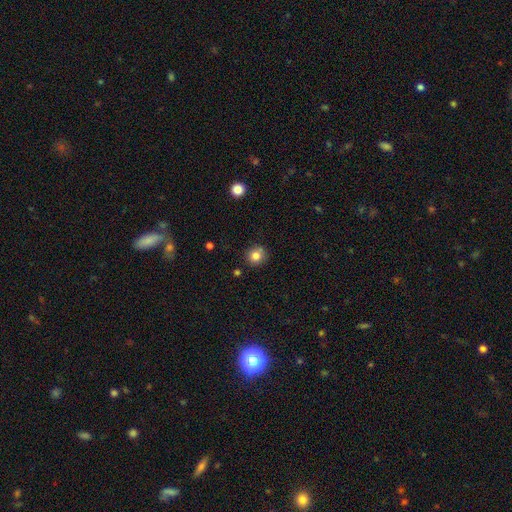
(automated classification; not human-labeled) Smooth or featured?
  - smooth: 82% *
  - star or artifact: 11%
  - featured or disk: 6%
How rounded?
  - round: 91% *
  - in between: 8%
  - cigar-shaped: 1%
Merging?
  - none: 87% *
  - minor disturbance: 8%
  - merger: 3%
  - major disturbance: 2%